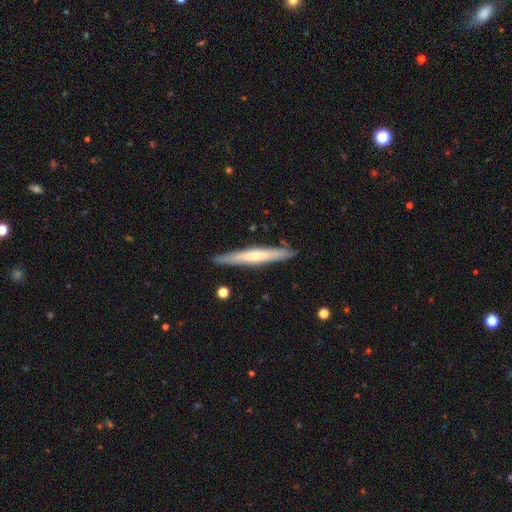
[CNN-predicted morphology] Smooth or featured?
  - featured or disk: 49% *
  - smooth: 46%
  - star or artifact: 5%
Merging?
  - none: 88% *
  - minor disturbance: 9%
  - major disturbance: 2%
  - merger: 1%